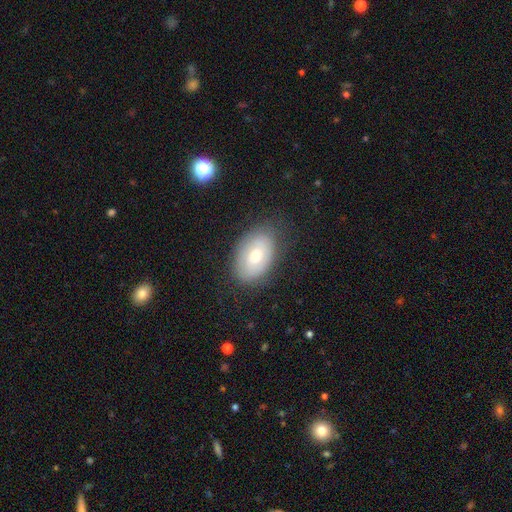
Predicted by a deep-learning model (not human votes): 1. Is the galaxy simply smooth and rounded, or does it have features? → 60% smooth, 32% featured or disk, 8% star or artifact.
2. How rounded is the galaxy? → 88% in between, 11% round, 1% cigar-shaped.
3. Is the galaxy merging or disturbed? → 78% none, 16% minor disturbance, 5% major disturbance, 1% merger.